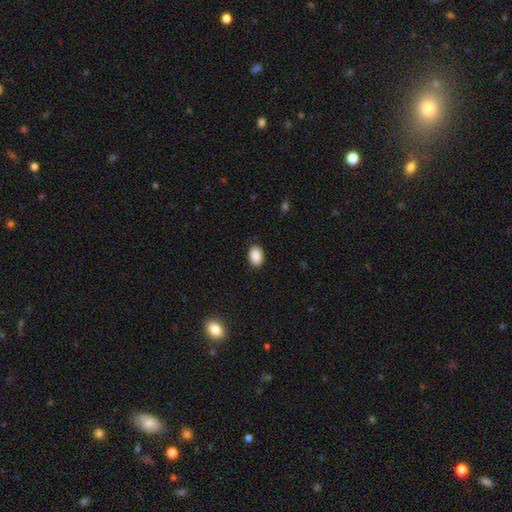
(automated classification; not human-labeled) smooth_or_featured: smooth (p=0.90) [alt: star or artifact p=0.07]
how_rounded: in between (p=0.86) [alt: round p=0.13]
merging: none (p=0.86) [alt: minor disturbance p=0.11]